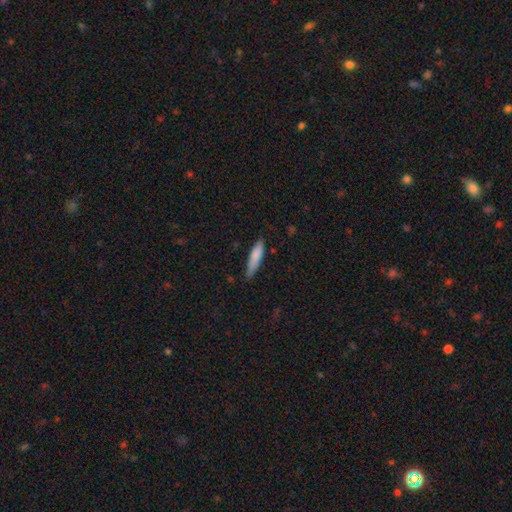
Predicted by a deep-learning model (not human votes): A smooth galaxy with no disk features (81%) that is cigar-shaped (76%). Merging: none (70%).